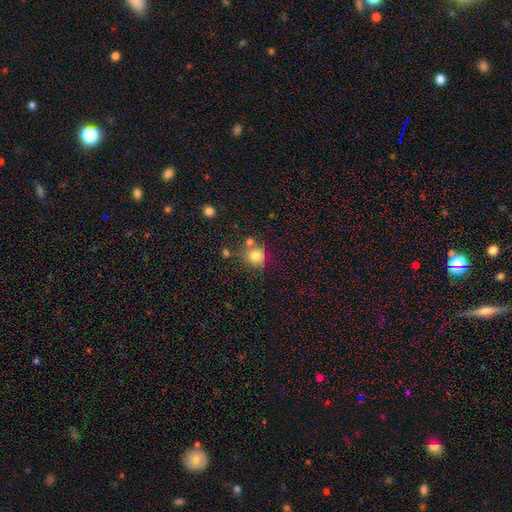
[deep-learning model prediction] This appears to be a smooth galaxy with no disk features (81%) that is round (87%). Merging: none (67%).